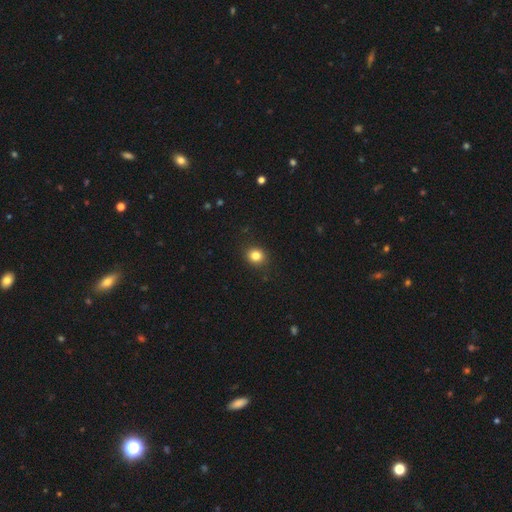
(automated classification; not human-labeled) smooth_or_featured: smooth (p=0.83) [alt: star or artifact p=0.12]
how_rounded: round (p=0.80) [alt: in between p=0.19]
merging: none (p=0.89) [alt: minor disturbance p=0.08]